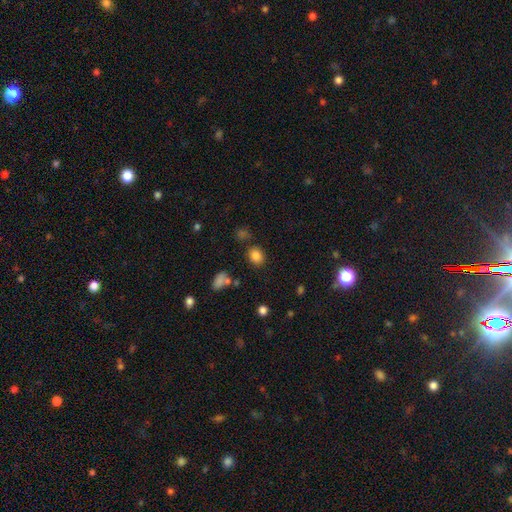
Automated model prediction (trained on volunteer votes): Q: Smooth or featured?
A: smooth (83%); runner-up: star or artifact (12%)
Q: How rounded?
A: round (51%); runner-up: in between (48%)
Q: Merging?
A: none (79%); runner-up: minor disturbance (11%)